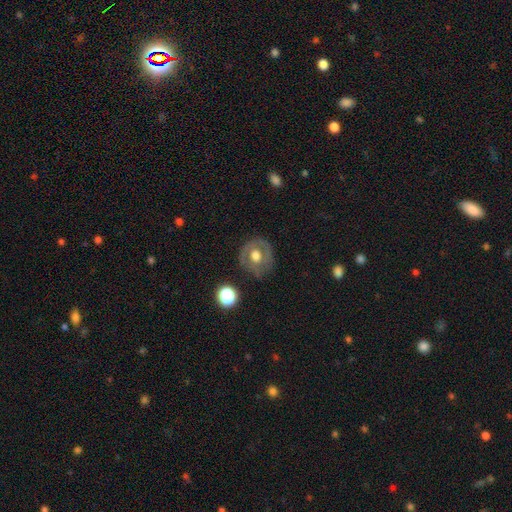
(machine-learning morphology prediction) smooth-or-featured: featured or disk: 50% | smooth: 42% | star or artifact: 8%
  merging: none: 73% | minor disturbance: 17% | major disturbance: 8% | merger: 2%